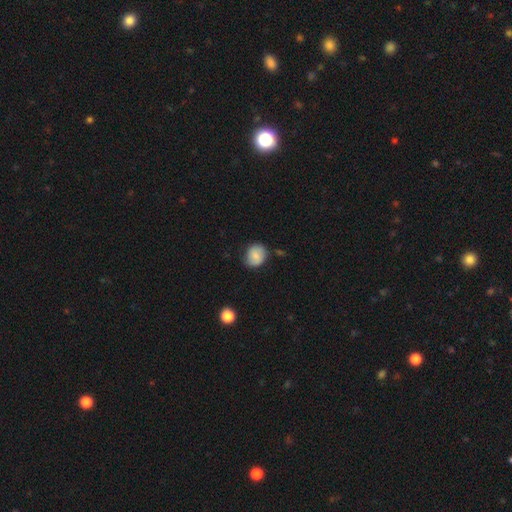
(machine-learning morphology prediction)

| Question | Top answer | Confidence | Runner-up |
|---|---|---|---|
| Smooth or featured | smooth | 76% | featured or disk (16%) |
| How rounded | round | 67% | in between (32%) |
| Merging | none | 72% | minor disturbance (21%) |